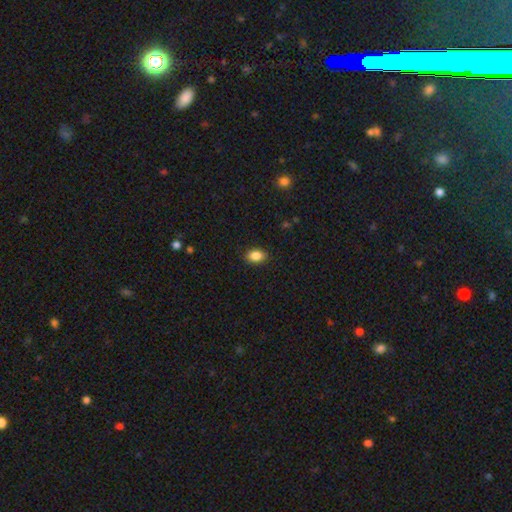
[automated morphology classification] Smooth or featured?
  - smooth: 87% *
  - star or artifact: 8%
  - featured or disk: 5%
How rounded?
  - in between: 83% *
  - round: 15%
  - cigar-shaped: 1%
Merging?
  - none: 88% *
  - minor disturbance: 9%
  - major disturbance: 2%
  - merger: 1%